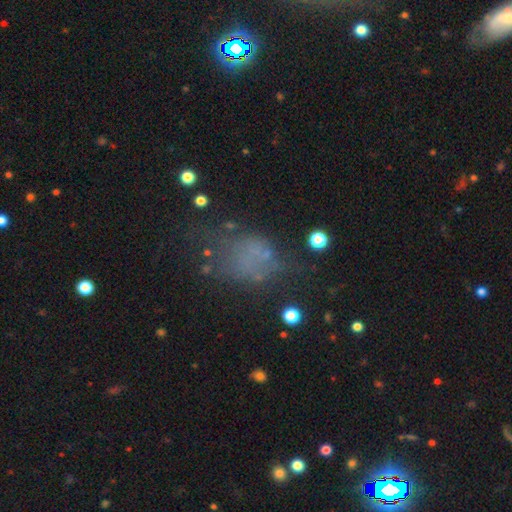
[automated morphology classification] Q: Smooth or featured?
A: smooth (49%); runner-up: featured or disk (26%)
Q: Merging?
A: none (45%); runner-up: major disturbance (27%)